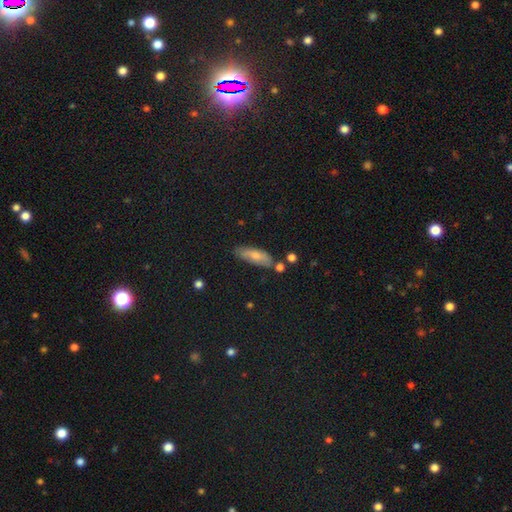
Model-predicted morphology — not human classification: type=smooth (70%); roundness=in between (62%); merging=none (65%).